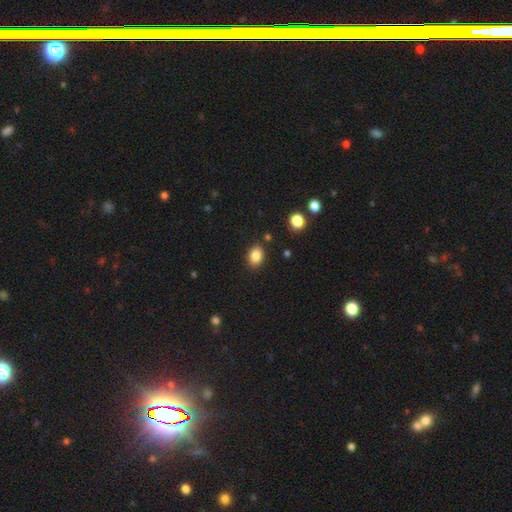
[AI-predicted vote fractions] Smooth or featured?
  - smooth: 86% *
  - star or artifact: 10%
  - featured or disk: 5%
How rounded?
  - in between: 76% *
  - round: 23%
  - cigar-shaped: 1%
Merging?
  - none: 86% *
  - minor disturbance: 9%
  - merger: 2%
  - major disturbance: 2%